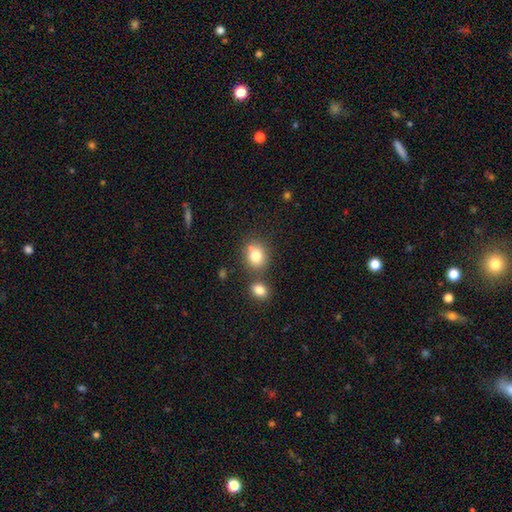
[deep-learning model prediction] Smooth or featured? smooth (81%)
How rounded? round (64%)
Merging? none (60%)